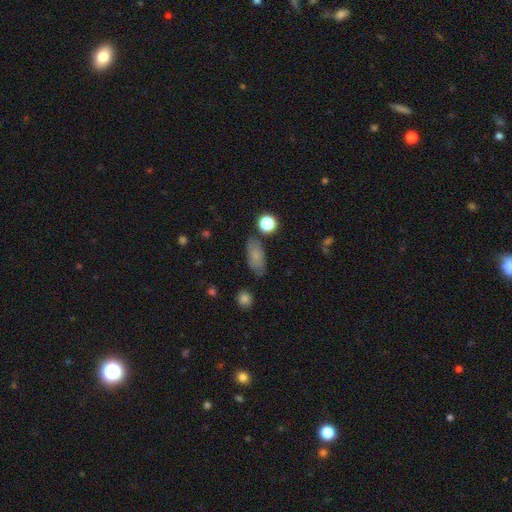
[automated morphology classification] Overall: smooth (78%). How rounded: in between (85%). Merging: none (77%).